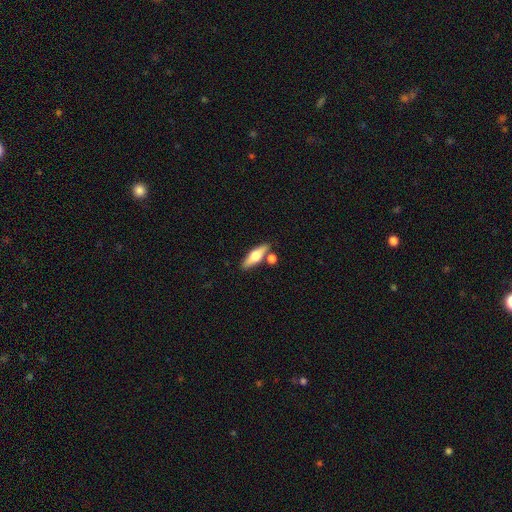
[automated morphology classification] Smooth or featured?
  - smooth: 51% *
  - featured or disk: 43%
  - star or artifact: 6%
How rounded?
  - cigar-shaped: 48% * (tied)
  - in between: 48% * (tied)
  - round: 4%
Merging?
  - none: 75% *
  - merger: 12%
  - minor disturbance: 10%
  - major disturbance: 3%